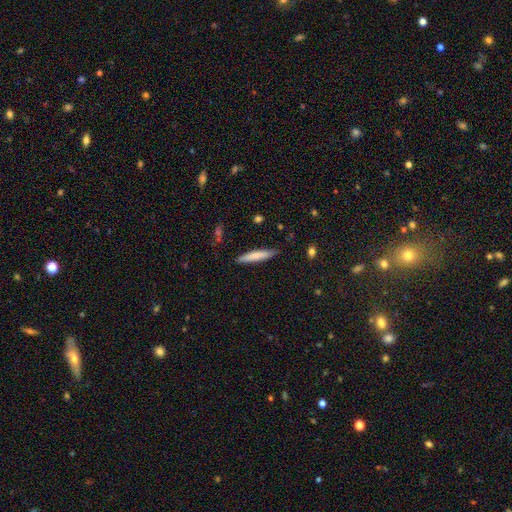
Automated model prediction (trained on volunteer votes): The model was most divided on "smooth or featured": smooth: 77%, featured or disk: 18%, star or artifact: 6%. More confident: how rounded — cigar-shaped (91%); merging — none (84%).